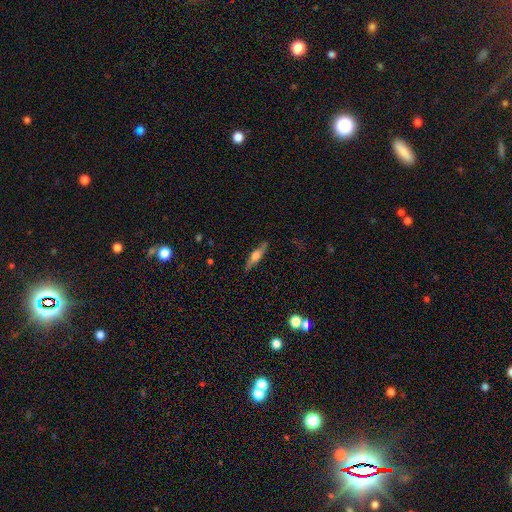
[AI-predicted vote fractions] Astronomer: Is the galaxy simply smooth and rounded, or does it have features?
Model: featured or disk — 53% (runner-up: smooth, 41%).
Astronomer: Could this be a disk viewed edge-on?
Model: yes — 90%.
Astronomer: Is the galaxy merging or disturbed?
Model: none — 85%.